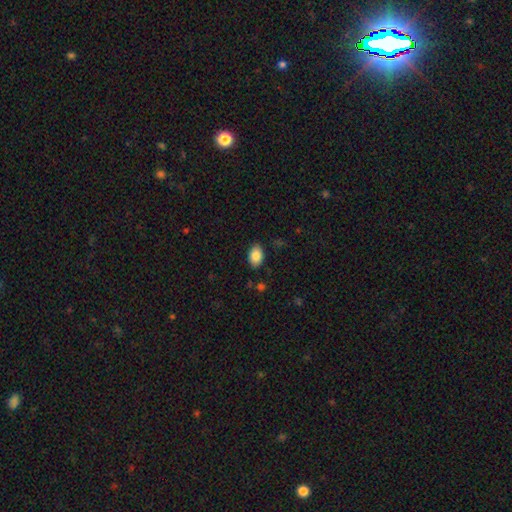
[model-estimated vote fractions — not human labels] Smooth or featured? Predicted: smooth (p=0.87). How rounded? Predicted: in between (p=0.87). Merging? Predicted: none (p=0.86).